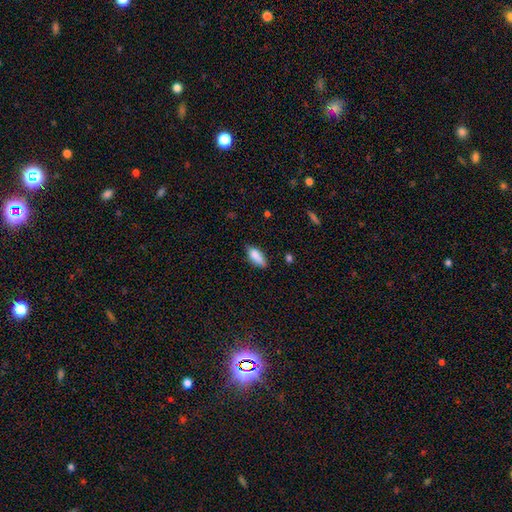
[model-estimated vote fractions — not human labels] A smooth galaxy with no disk features (83%) that is in between round and cigar-shaped (79%).

Vote fractions:
- Smooth or featured? smooth: 83% / featured or disk: 9% / star or artifact: 7%
- How rounded? in between: 79% / cigar-shaped: 19% / round: 2%
- Merging? none: 66% / minor disturbance: 27% / major disturbance: 5% / merger: 2%